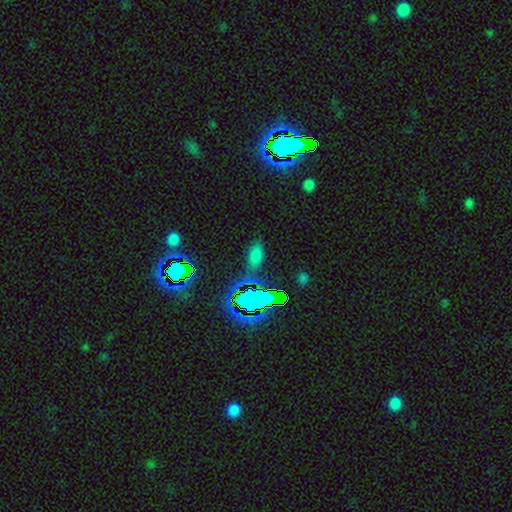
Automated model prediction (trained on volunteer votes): smooth-or-featured: smooth: 60% | star or artifact: 31% | featured or disk: 9%
  how-rounded: in between: 85% | cigar-shaped: 10% | round: 6%
  merging: none: 76% | minor disturbance: 14% | major disturbance: 6% | merger: 4%